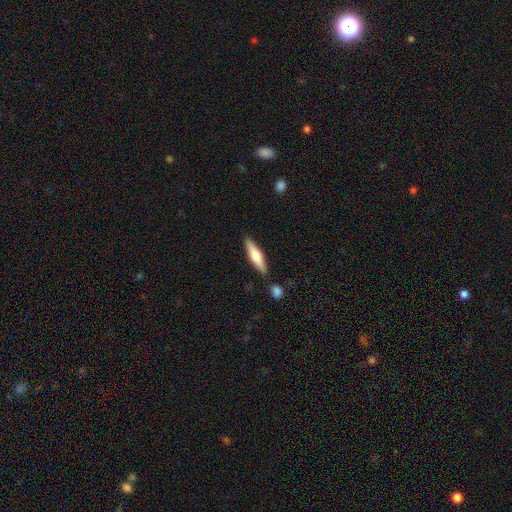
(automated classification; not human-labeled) Smooth or featured?
  - smooth: 53% *
  - featured or disk: 42%
  - star or artifact: 5%
How rounded?
  - cigar-shaped: 77% *
  - in between: 21%
  - round: 2%
Merging?
  - none: 84% *
  - minor disturbance: 10%
  - merger: 4%
  - major disturbance: 2%